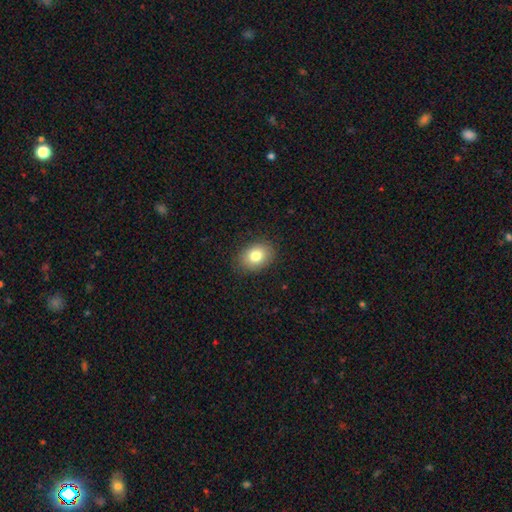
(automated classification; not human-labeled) Smooth or featured? Predicted: smooth (p=0.80). How rounded? Predicted: in between (p=0.67). Merging? Predicted: none (p=0.87).